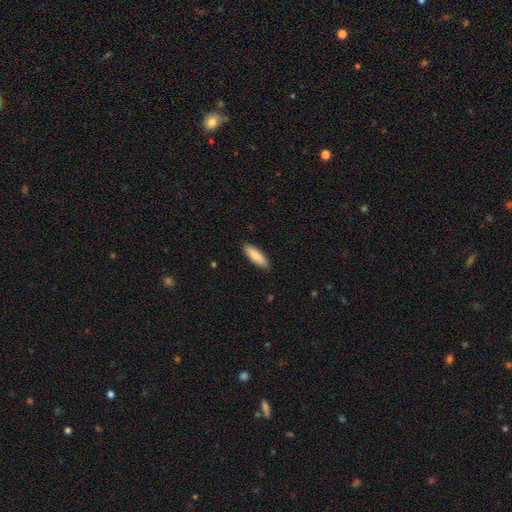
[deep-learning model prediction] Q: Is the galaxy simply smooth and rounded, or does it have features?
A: smooth — 87%.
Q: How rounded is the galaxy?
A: cigar-shaped — 51%.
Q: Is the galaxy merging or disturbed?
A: none — 89%.